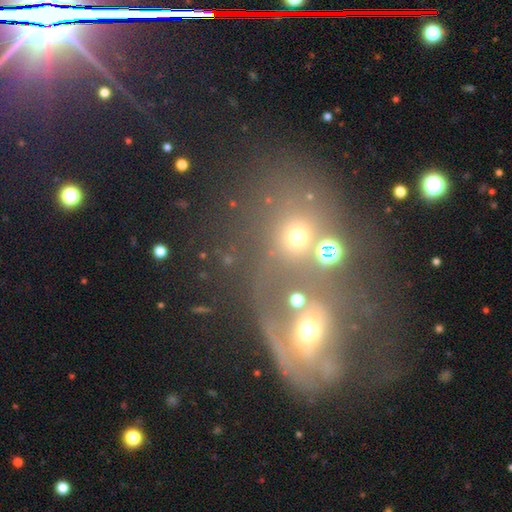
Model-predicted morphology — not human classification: Smooth or featured?
  - featured or disk: 36% *
  - smooth: 34%
  - star or artifact: 30%
Merging?
  - merger: 63% *
  - none: 20%
  - major disturbance: 10%
  - minor disturbance: 7%